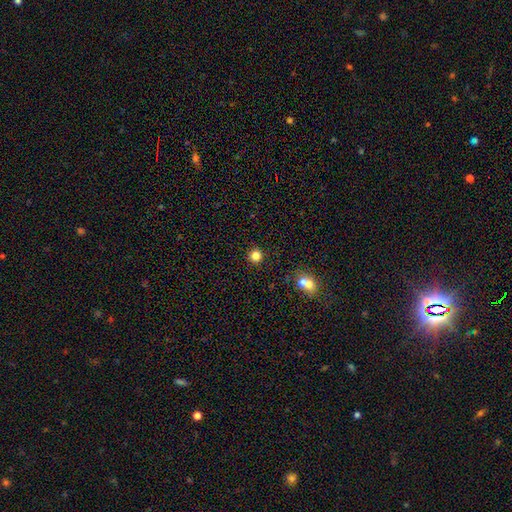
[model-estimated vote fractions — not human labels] Smooth or featured? smooth (81%)
How rounded? round (95%)
Merging? none (90%)